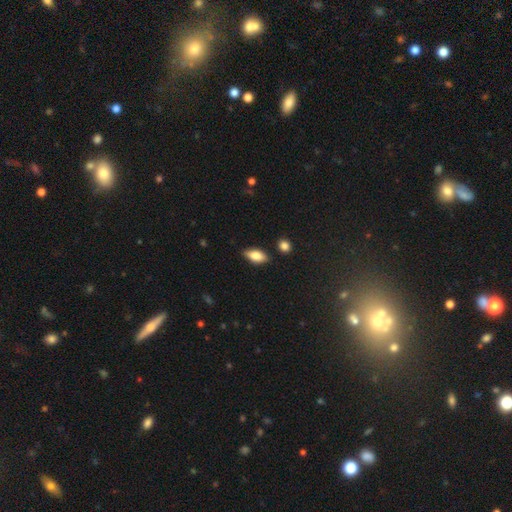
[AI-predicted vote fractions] The model was most divided on "smooth or featured": smooth: 77%, featured or disk: 16%, star or artifact: 7%. More confident: how rounded — in between (87%); merging — none (82%).